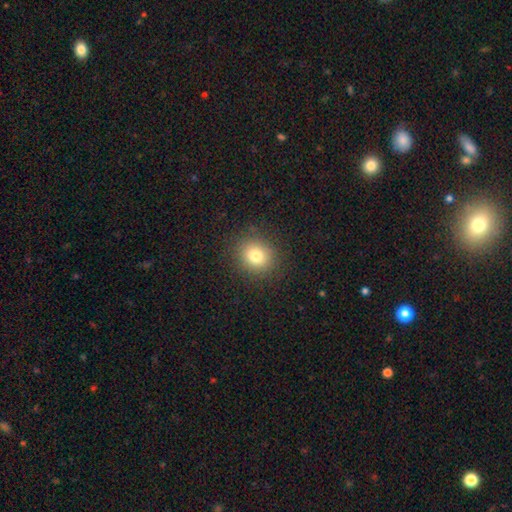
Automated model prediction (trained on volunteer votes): smooth-or-featured: smooth: 78% | star or artifact: 13% | featured or disk: 8%
  how-rounded: round: 83% | in between: 16% | cigar-shaped: 1%
  merging: none: 89% | minor disturbance: 7% | major disturbance: 3% | merger: 1%